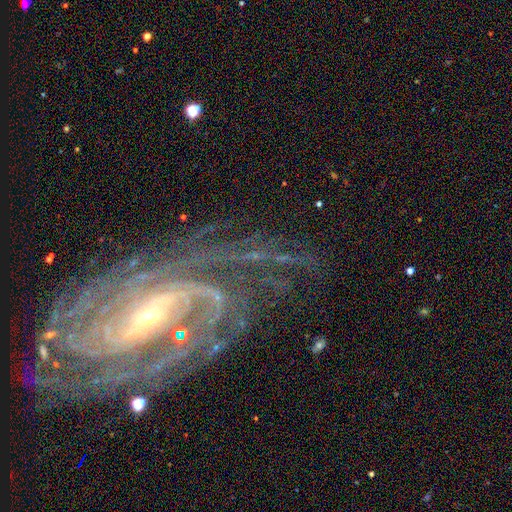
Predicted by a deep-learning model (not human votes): This appears to be a featured or disk galaxy (86%) with a strong bar (41%), can't tell (21%, tied with 2) tight (57%) spiral arms (97%) and a small central bulge (68%). Merging: none (61%).